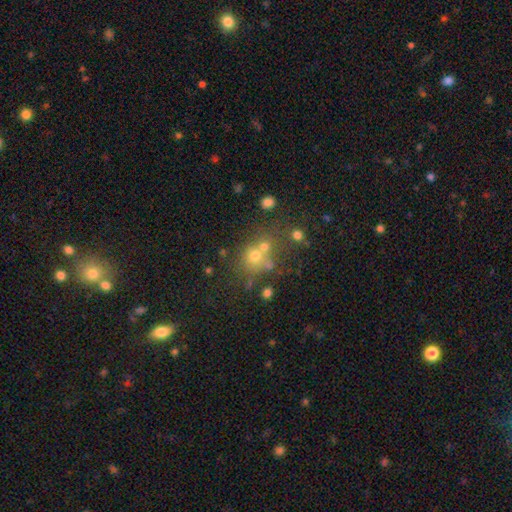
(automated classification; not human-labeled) Q: Smooth or featured?
A: smooth (59%); runner-up: star or artifact (22%)
Q: How rounded?
A: round (79%); runner-up: in between (20%)
Q: Merging?
A: none (48%); runner-up: merger (35%)